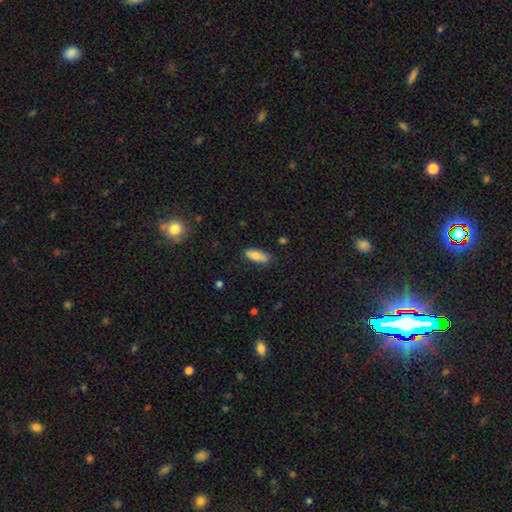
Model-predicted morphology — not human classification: The model was most divided on "how rounded": in between: 76%, cigar-shaped: 22%, round: 2%. More confident: merging — none (82%); smooth or featured — smooth (79%).